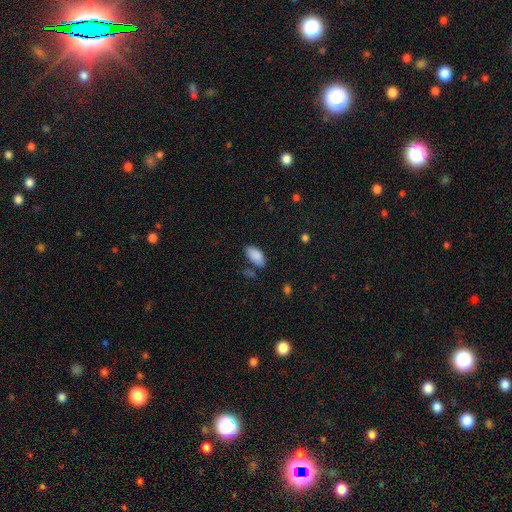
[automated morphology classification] Overall: smooth (88%). How rounded: in between (94%). Merging: none (74%).